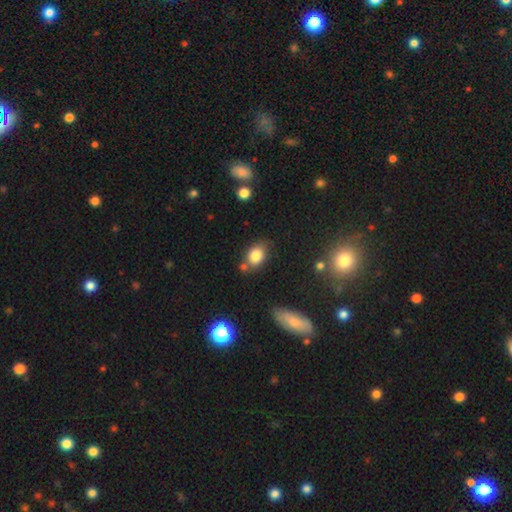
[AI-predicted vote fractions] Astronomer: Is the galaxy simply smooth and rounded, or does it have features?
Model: smooth — 81%.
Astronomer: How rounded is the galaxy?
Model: in between — 72%.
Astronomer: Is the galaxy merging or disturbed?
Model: none — 66%.